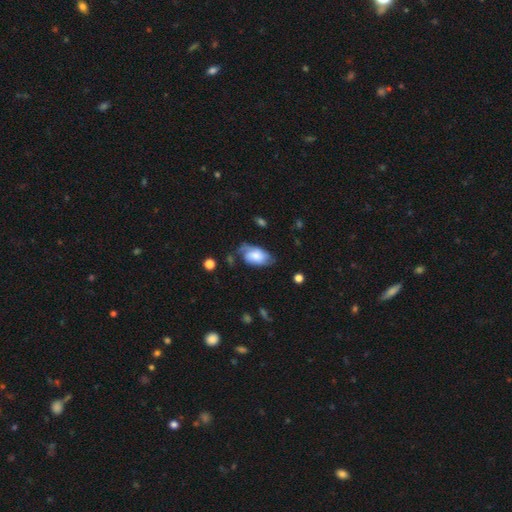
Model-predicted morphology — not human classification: smooth-or-featured: featured or disk: 49% | smooth: 44% | star or artifact: 8%
  merging: none: 52% | minor disturbance: 30% | major disturbance: 15% | merger: 3%